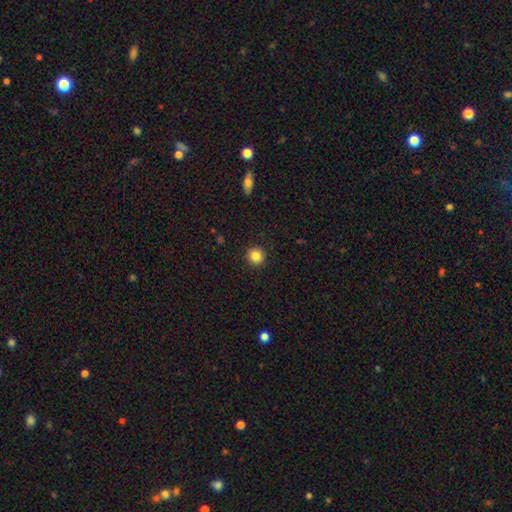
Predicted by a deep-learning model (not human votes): Smooth or featured? Predicted: smooth (p=0.85). How rounded? Predicted: round (p=0.92). Merging? Predicted: none (p=0.92).